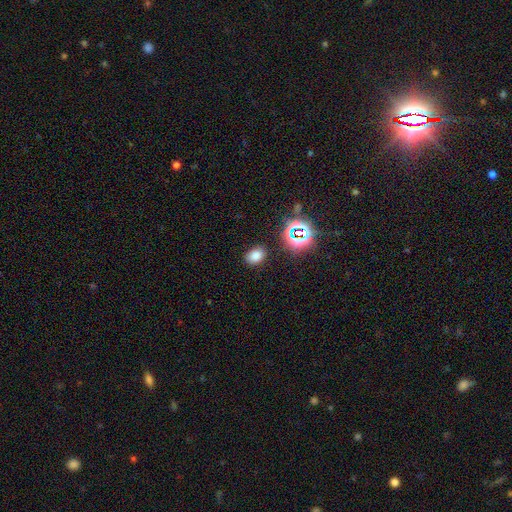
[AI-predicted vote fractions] Smooth or featured? smooth (75%)
How rounded? in between (70%)
Merging? none (83%)